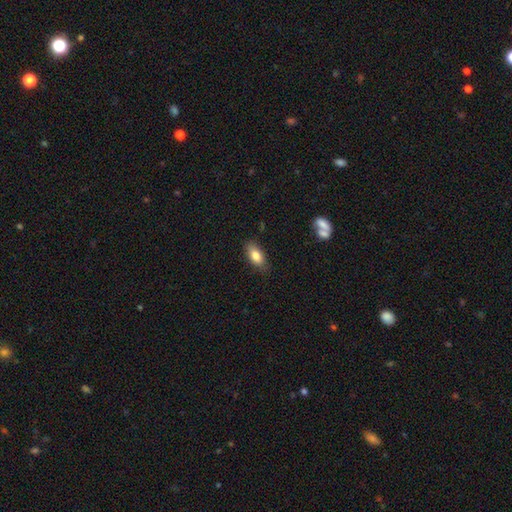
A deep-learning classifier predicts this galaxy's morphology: smooth_or_featured: smooth (p=0.81) [alt: featured or disk p=0.12]
how_rounded: in between (p=0.85) [alt: cigar-shaped p=0.11]
merging: none (p=0.82) [alt: minor disturbance p=0.14]